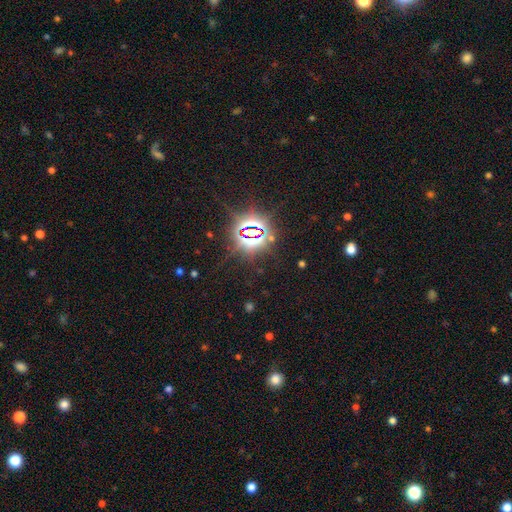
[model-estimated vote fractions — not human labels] This is clearly a star or artifact rather than a galaxy (82%).